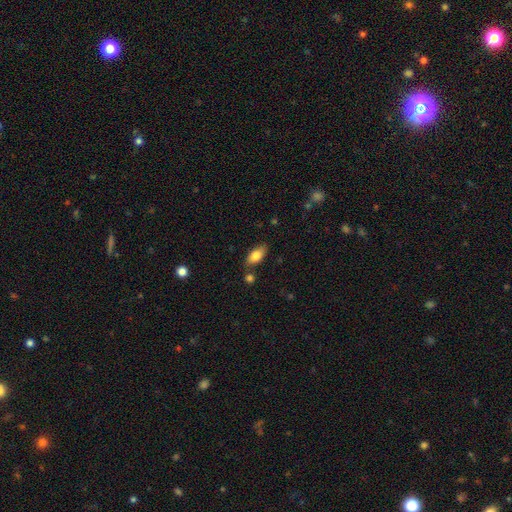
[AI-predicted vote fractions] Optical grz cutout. It shows a smooth galaxy with no disk features (79%) that is in between round and cigar-shaped (88%). Merging: none (77%).